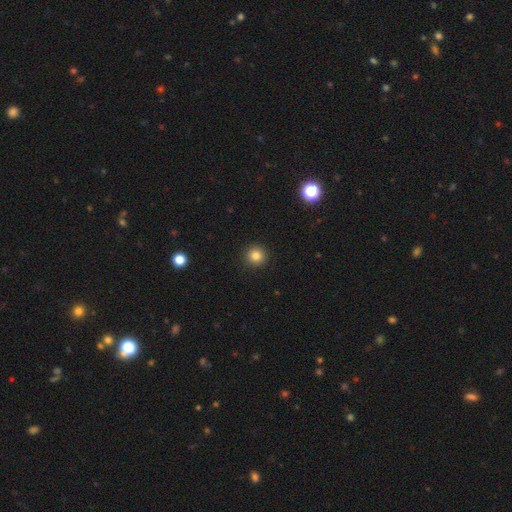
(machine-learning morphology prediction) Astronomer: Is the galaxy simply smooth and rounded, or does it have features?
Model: smooth — 83%.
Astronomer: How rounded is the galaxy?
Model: round — 95%.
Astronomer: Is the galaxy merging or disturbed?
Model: none — 93%.